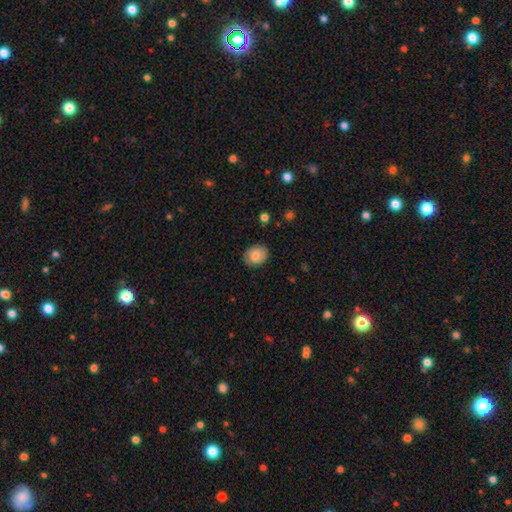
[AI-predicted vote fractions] This appears to be a smooth galaxy with no disk features (73%) that is round (58%). Merging: none (80%).